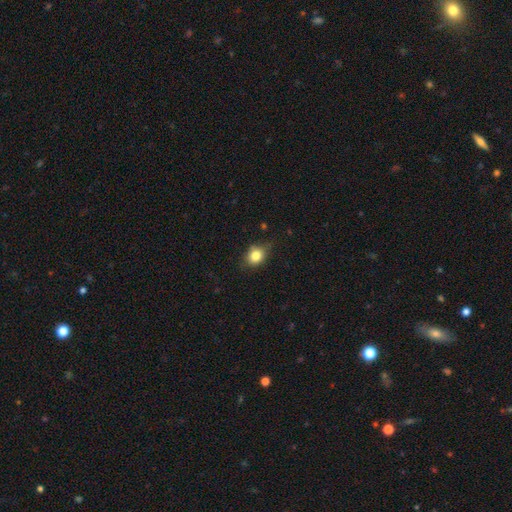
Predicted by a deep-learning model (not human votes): The model was most divided on "how rounded": round: 51%, in between: 48%, cigar-shaped: 1%. More confident: smooth or featured — smooth (82%); merging — none (73%).